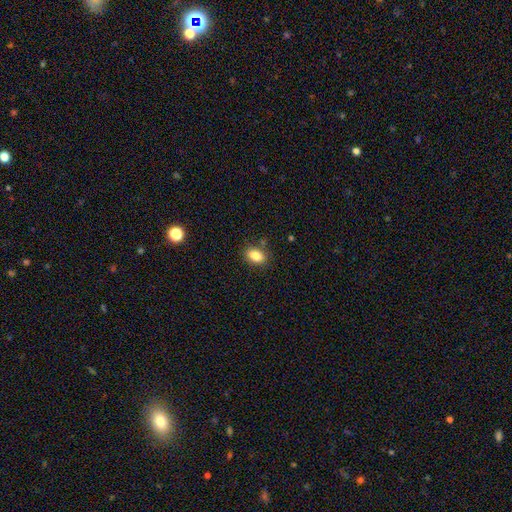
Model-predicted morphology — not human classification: This is clearly a smooth galaxy (84%). How rounded: clearly in between (83%). Merging: clearly none (82%).